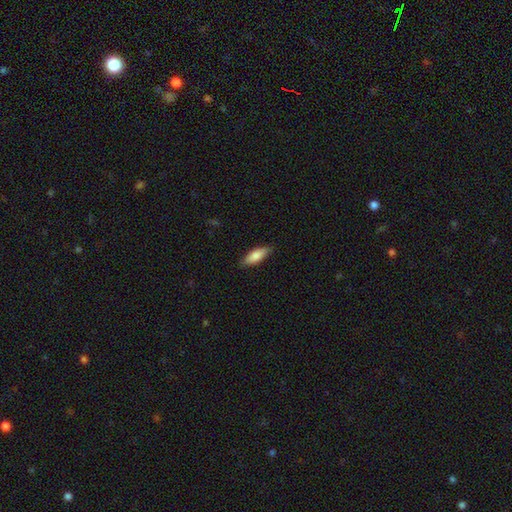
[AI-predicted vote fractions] Smooth or featured?
  - smooth: 78% *
  - featured or disk: 17%
  - star or artifact: 6%
How rounded?
  - in between: 61% *
  - cigar-shaped: 37%
  - round: 2%
Merging?
  - none: 84% *
  - minor disturbance: 13%
  - major disturbance: 2%
  - merger: 1%